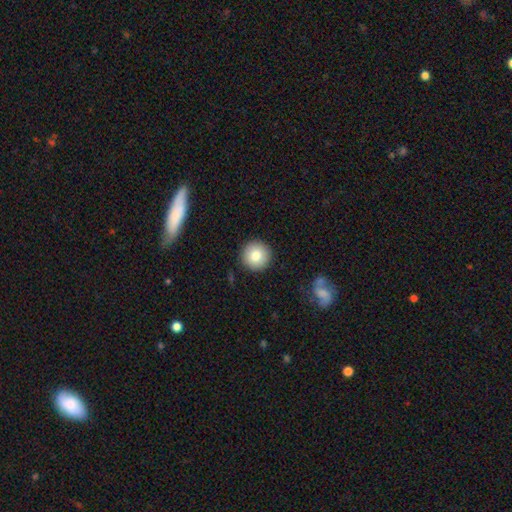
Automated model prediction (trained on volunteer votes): A smooth galaxy with no disk features (83%) that is round (95%).

Vote fractions:
- Smooth or featured? smooth: 83% / featured or disk: 9% / star or artifact: 8%
- How rounded? round: 95% / in between: 4% / cigar-shaped: 1%
- Merging? none: 91% / minor disturbance: 6% / major disturbance: 2% / merger: 1%